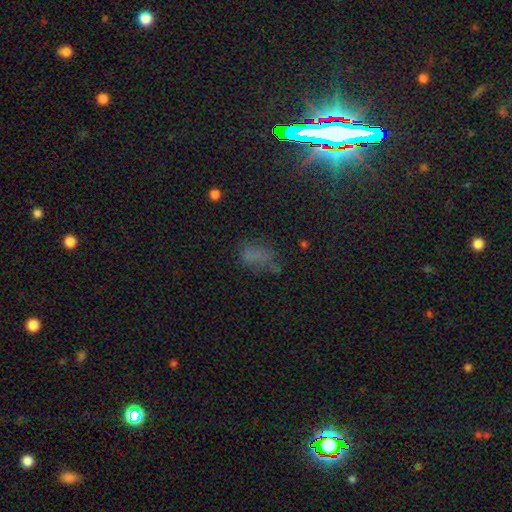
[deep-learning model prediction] The model was most divided on "smooth or featured": smooth: 46%, star or artifact: 36%, featured or disk: 18%. Remaining: merging — none (46%).